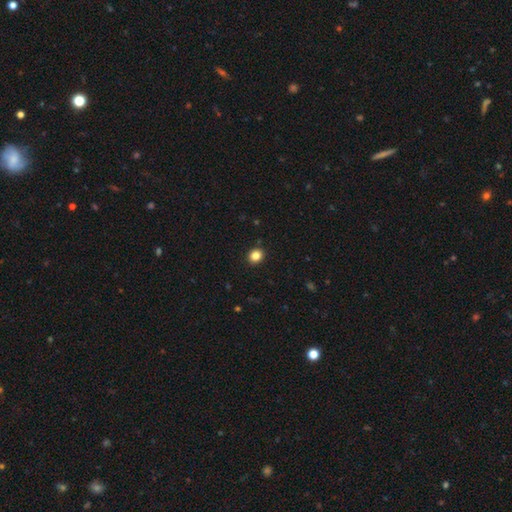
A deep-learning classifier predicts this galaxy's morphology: Q: Smooth or featured?
A: smooth (85%); runner-up: star or artifact (11%)
Q: How rounded?
A: round (79%); runner-up: in between (21%)
Q: Merging?
A: none (92%); runner-up: minor disturbance (6%)